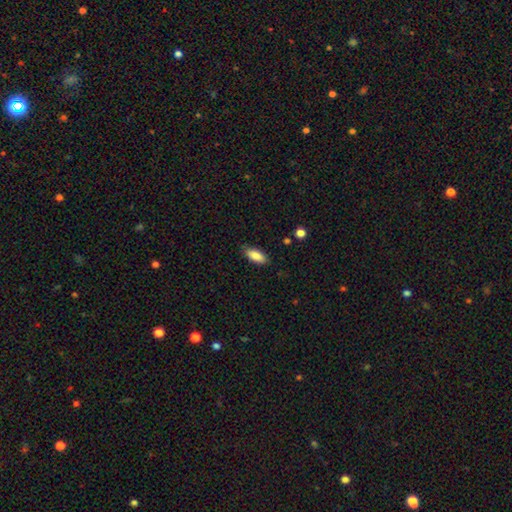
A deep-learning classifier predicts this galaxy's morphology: Q: Smooth or featured?
A: smooth (87%); runner-up: featured or disk (7%)
Q: How rounded?
A: in between (83%); runner-up: cigar-shaped (15%)
Q: Merging?
A: none (84%); runner-up: minor disturbance (12%)